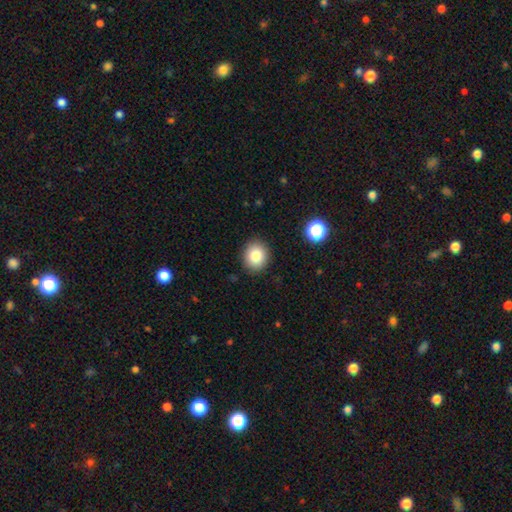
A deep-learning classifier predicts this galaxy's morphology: A smooth galaxy with no disk features (83%) that is round (72%).

Vote fractions:
- Smooth or featured? smooth: 83% / star or artifact: 10% / featured or disk: 7%
- How rounded? round: 72% / in between: 27% / cigar-shaped: 1%
- Merging? none: 89% / minor disturbance: 7% / major disturbance: 2% / merger: 1%